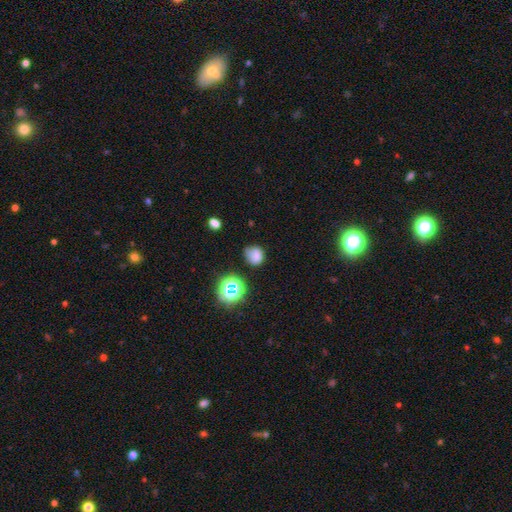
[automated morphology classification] A smooth galaxy with no disk features (70%) that is round (64%). Merging: none (53%).